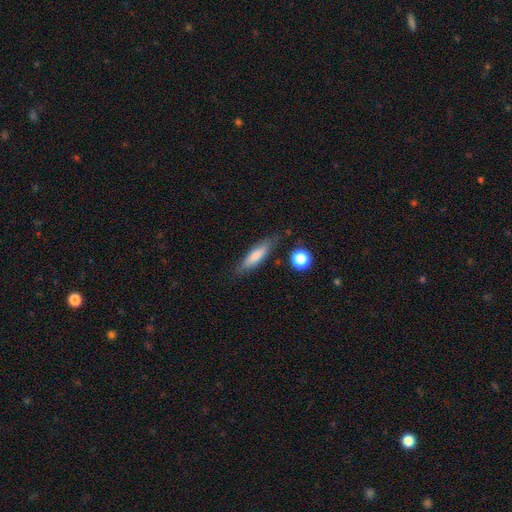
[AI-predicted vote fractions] smooth 75%, featured or disk 18%, star or artifact 7%. Down the decision tree: how rounded — cigar-shaped (69%); merging — none (77%).